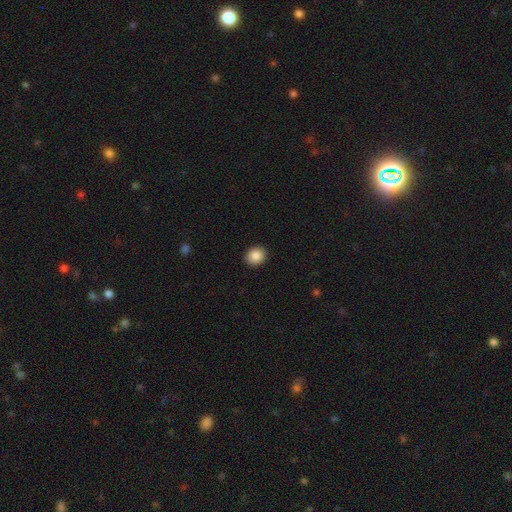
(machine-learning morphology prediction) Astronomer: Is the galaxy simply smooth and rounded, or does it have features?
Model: smooth — 87%.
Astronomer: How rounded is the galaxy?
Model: round — 67%.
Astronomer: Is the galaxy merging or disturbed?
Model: none — 92%.